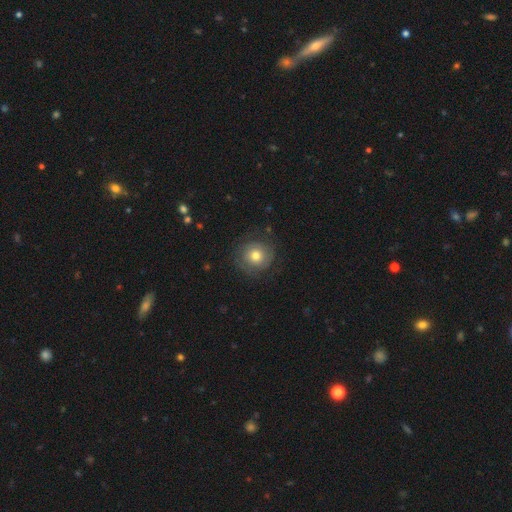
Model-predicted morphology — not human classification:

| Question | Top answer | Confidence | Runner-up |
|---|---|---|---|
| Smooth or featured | smooth | 54% | featured or disk (36%) |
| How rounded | round | 92% | in between (7%) |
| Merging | none | 78% | minor disturbance (13%) |